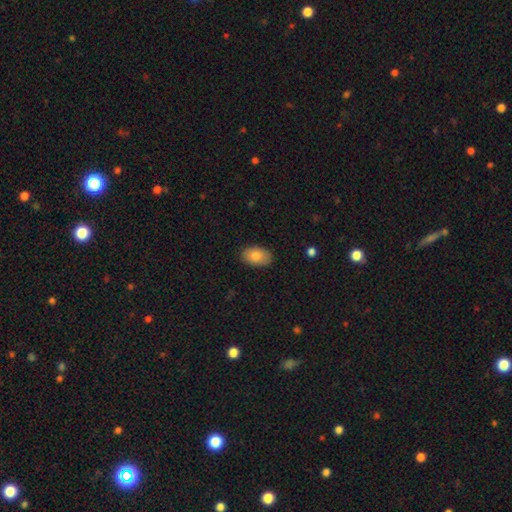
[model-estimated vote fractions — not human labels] A smooth galaxy with no disk features (84%) that is in between round and cigar-shaped (92%). Merging: none (87%).